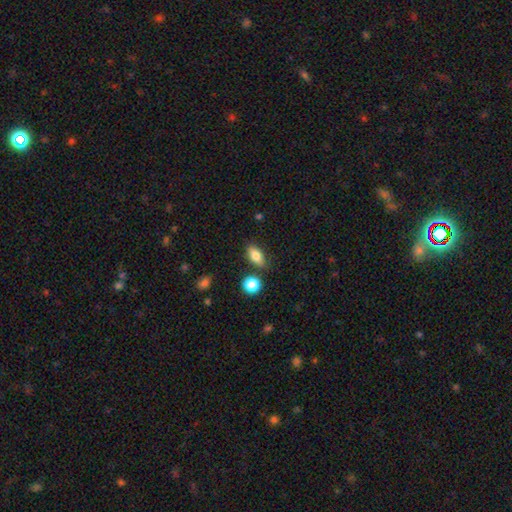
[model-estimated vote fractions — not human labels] smooth-or-featured: smooth: 81% | featured or disk: 10% | star or artifact: 9%
  how-rounded: in between: 82% | cigar-shaped: 10% | round: 8%
  merging: none: 80% | minor disturbance: 12% | merger: 5% | major disturbance: 3%